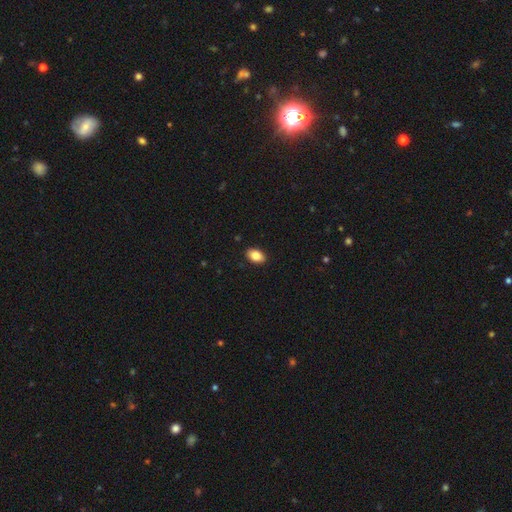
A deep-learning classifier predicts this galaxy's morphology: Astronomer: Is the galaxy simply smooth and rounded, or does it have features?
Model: smooth — 85%.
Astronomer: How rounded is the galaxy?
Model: in between — 90%.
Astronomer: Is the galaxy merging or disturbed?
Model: none — 90%.